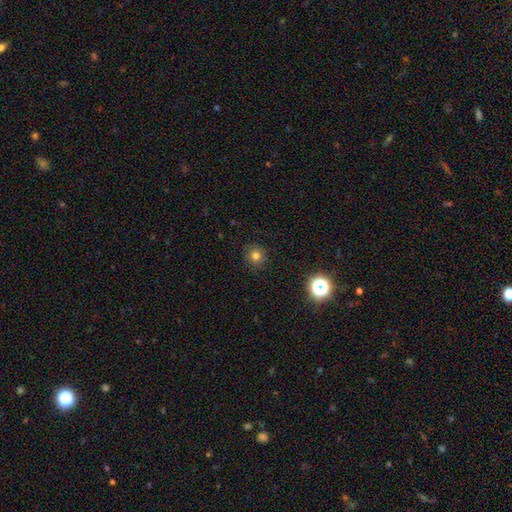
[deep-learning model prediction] This appears to be a smooth galaxy with no disk features (78%) that is round (93%). Merging: none (90%).